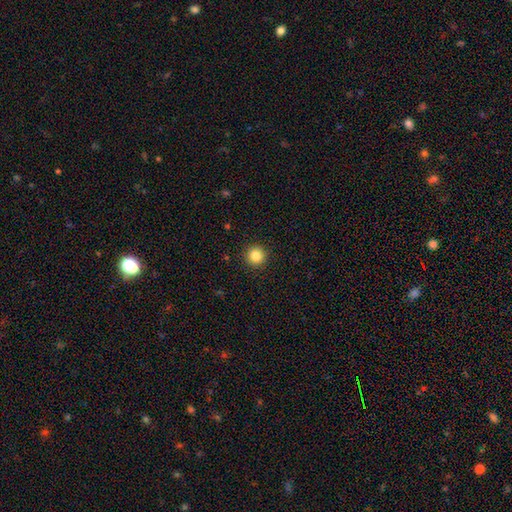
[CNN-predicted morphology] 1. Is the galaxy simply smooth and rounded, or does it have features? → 85% smooth, 11% star or artifact, 4% featured or disk.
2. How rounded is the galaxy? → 96% round, 3% in between, 1% cigar-shaped.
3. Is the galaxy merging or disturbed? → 93% none, 5% minor disturbance, 2% major disturbance, 1% merger.